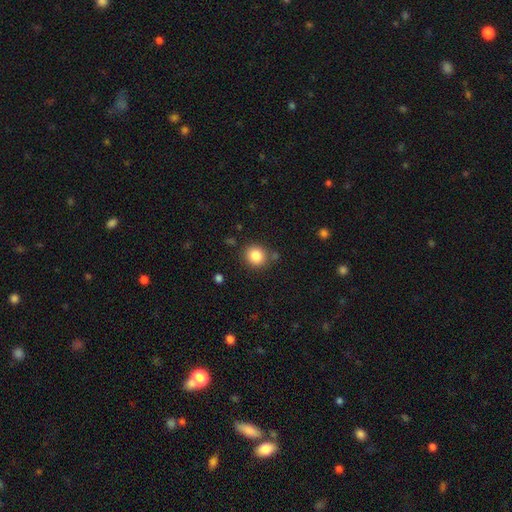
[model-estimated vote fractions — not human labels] This appears to be a smooth galaxy with no disk features (84%) that is round (84%). Merging: none (82%).